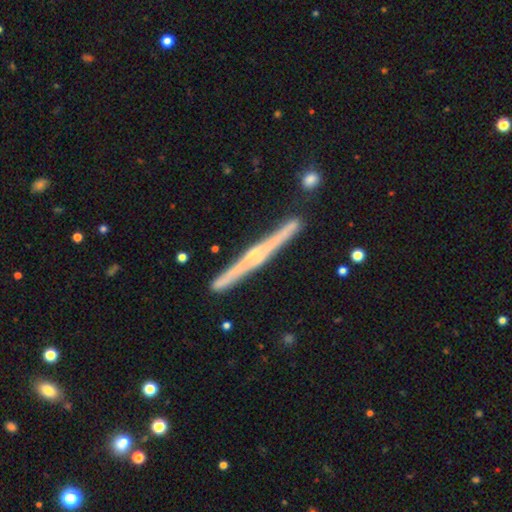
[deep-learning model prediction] Overall: featured or disk (81%). Edge-on disk: yes (98%). Edge-on bulge: rounded (71%). Merging: none (89%).